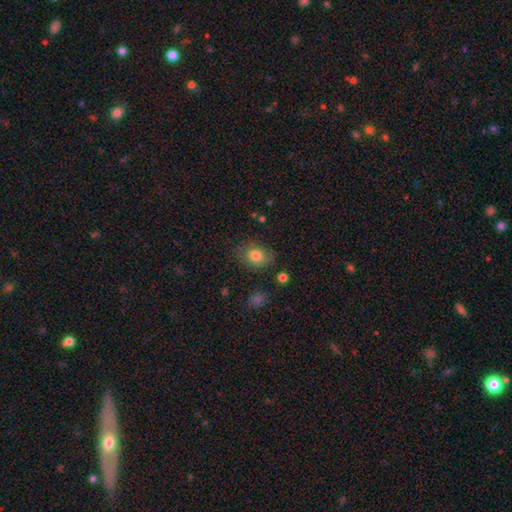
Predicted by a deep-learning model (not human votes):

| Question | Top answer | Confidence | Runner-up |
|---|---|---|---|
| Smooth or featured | smooth | 78% | featured or disk (12%) |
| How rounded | in between | 55% | round (44%) |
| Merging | none | 70% | minor disturbance (21%) |